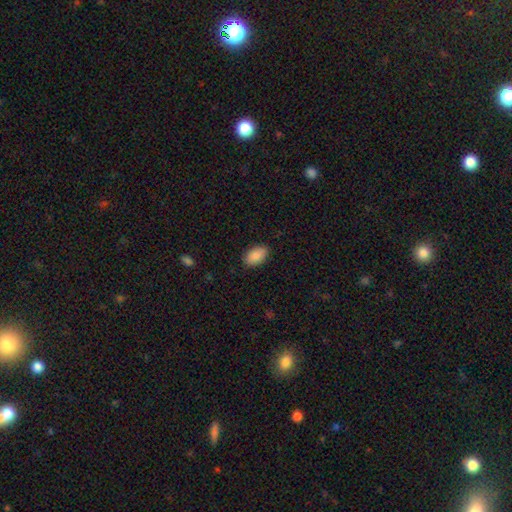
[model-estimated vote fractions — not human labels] The model was most divided on "merging": none: 85%, minor disturbance: 11%, major disturbance: 3%, merger: 1%. More confident: how rounded — in between (93%); smooth or featured — smooth (89%).